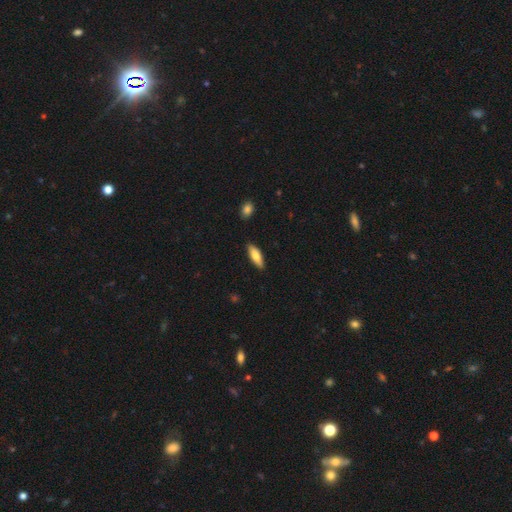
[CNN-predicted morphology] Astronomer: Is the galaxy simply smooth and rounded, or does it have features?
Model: smooth — 76%.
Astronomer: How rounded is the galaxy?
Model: in between — 56% (runner-up: cigar-shaped, 43%).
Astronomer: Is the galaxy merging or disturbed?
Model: none — 87%.